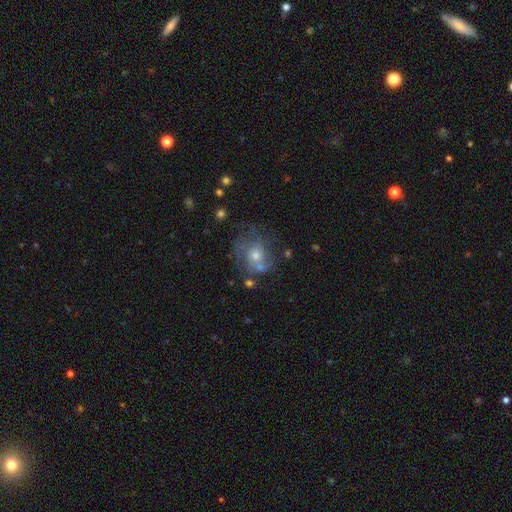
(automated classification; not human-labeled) smooth_or_featured: featured or disk (p=0.59) [alt: smooth p=0.26]
disk_edge_on: no (p=0.97) [alt: yes p=0.03]
bar: no (p=0.79) [alt: weak p=0.18]
has_spiral_arms: yes (p=0.73) [alt: no p=0.27]
bulge_size: moderate (p=0.57) [alt: small p=0.34]
merging: none (p=0.59) [alt: minor disturbance p=0.19]